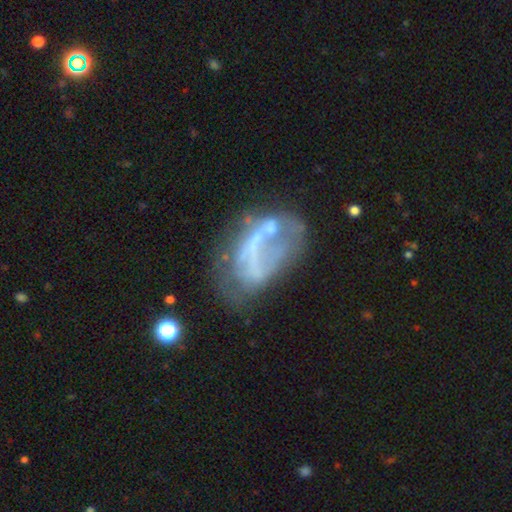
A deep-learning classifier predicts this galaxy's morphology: smooth_or_featured: featured or disk (p=0.60) [alt: smooth p=0.26]
disk_edge_on: no (p=0.96) [alt: yes p=0.04]
bar: no (p=0.73) [alt: weak p=0.16]
has_spiral_arms: no (p=0.80) [alt: yes p=0.20]
bulge_size: none (p=0.70) [alt: small p=0.18]
merging: major disturbance (p=0.34) [alt: none p=0.31]